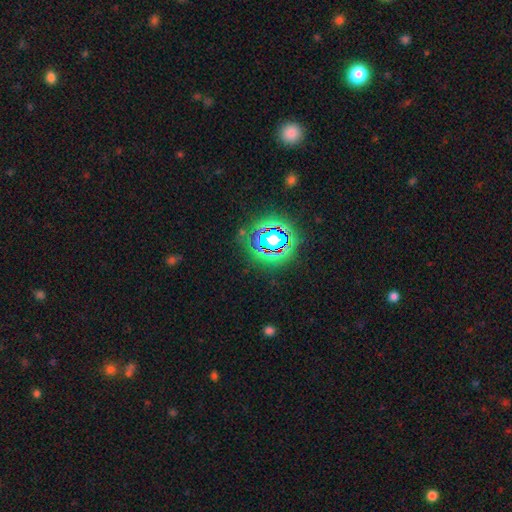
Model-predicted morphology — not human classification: Q: Smooth or featured?
A: star or artifact (80%); runner-up: smooth (12%)